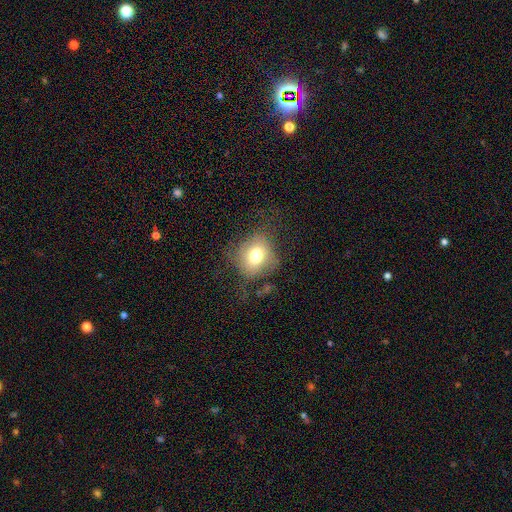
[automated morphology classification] smooth 70%, featured or disk 18%, star or artifact 12%. Down the decision tree: how rounded — round (68%); merging — none (59%).